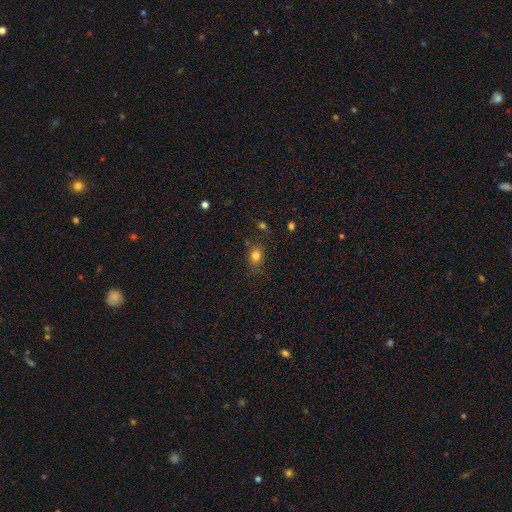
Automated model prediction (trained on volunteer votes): The model was most divided on "how rounded": in between: 53%, round: 46%, cigar-shaped: 2%. More confident: smooth or featured — smooth (78%); merging — none (71%).